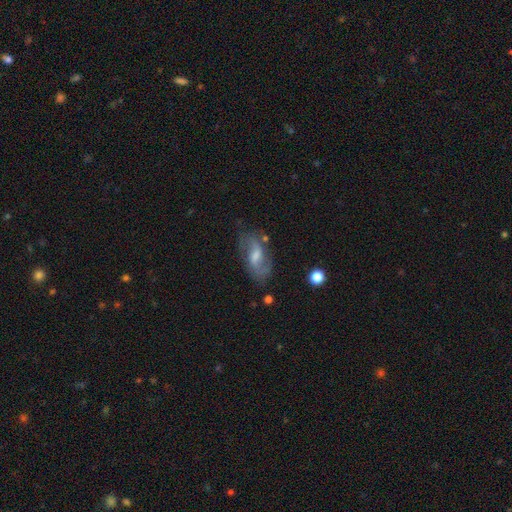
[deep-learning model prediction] Smooth or featured: featured or disk — 74% (smooth — 18%)
Edge-on disk: no — 94% (yes — 6%)
Bar: weak — 57% (no — 27%)
Spiral arms: yes — 91% (no — 9%)
Spiral winding: loose — 48% (medium — 40%)
Spiral arm count: 2 — 85% (can't tell — 8%)
Bulge size: moderate — 43% (small — 35%)
Merging: none — 69% (minor disturbance — 20%)